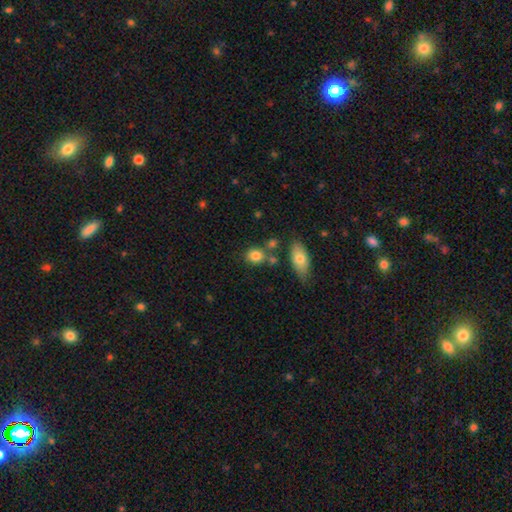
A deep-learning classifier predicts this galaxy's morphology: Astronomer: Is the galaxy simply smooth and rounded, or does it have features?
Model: smooth — 83%.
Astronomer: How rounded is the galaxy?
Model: round — 57% (runner-up: in between, 41%).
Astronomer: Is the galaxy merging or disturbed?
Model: none — 66%.